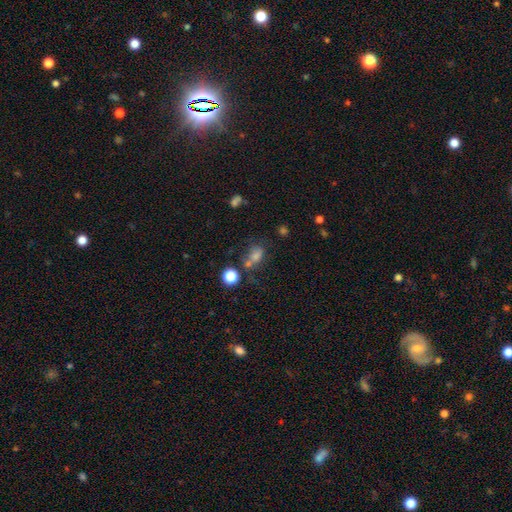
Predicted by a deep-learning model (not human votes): Overall: smooth (63%; star or artifact 24%). How rounded: in between (64%; round 33%). Merging: none (48%; merger 20%).